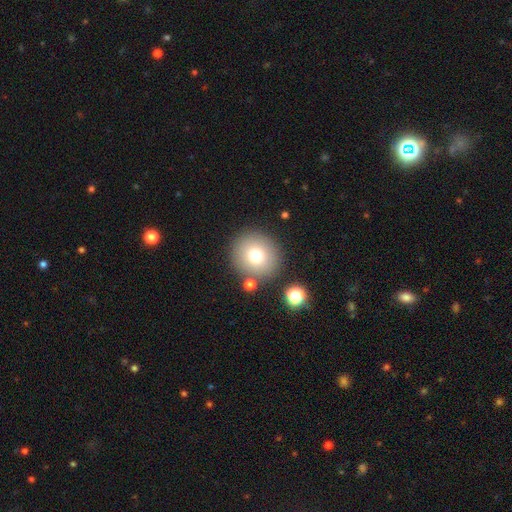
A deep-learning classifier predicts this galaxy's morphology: smooth_or_featured: smooth (p=0.75) [alt: featured or disk p=0.13]
how_rounded: round (p=0.92) [alt: in between p=0.08]
merging: none (p=0.83) [alt: minor disturbance p=0.08]